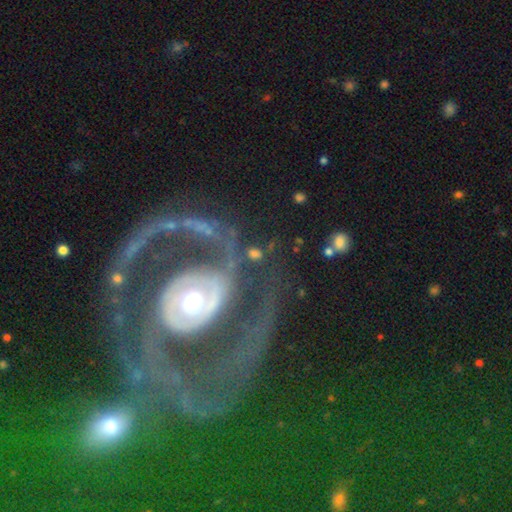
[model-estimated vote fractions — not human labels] This appears to be a featured or disk galaxy (81%) with no bar (60%), 2 (66%) loose (40%) spiral arms (73%) and a moderate central bulge (67%). Merging: none (53%).